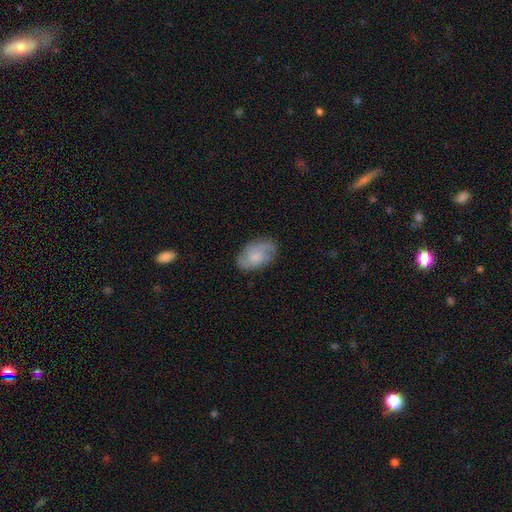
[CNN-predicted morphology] A smooth galaxy with no disk features (47%). Merging: none (75%).